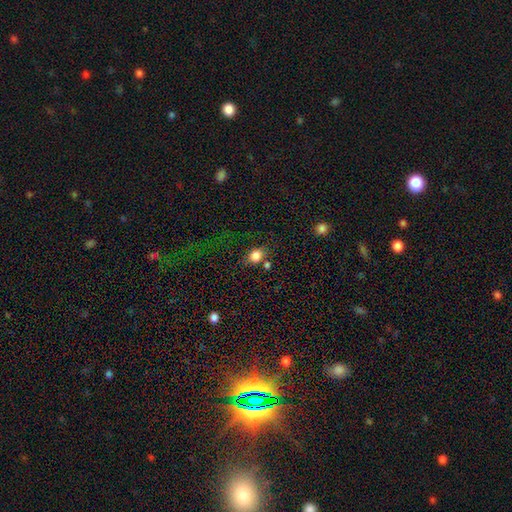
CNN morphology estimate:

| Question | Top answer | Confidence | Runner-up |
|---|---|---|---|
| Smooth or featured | smooth | 83% | star or artifact (11%) |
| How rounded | round | 53% | in between (45%) |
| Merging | none | 71% | minor disturbance (15%) |